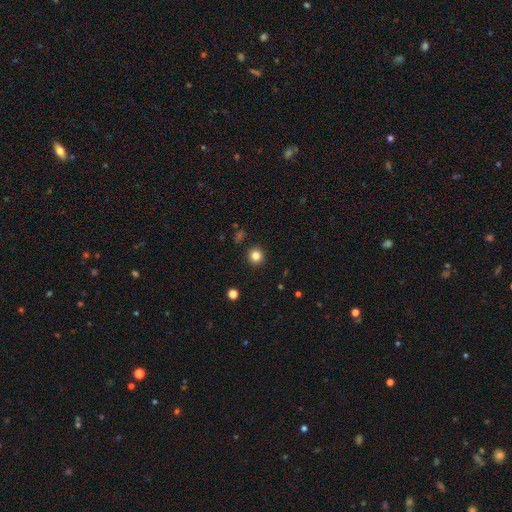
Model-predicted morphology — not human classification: smooth-or-featured: smooth: 82% | star or artifact: 12% | featured or disk: 5%
  how-rounded: round: 95% | in between: 4% | cigar-shaped: 1%
  merging: none: 93% | minor disturbance: 5% | major disturbance: 2% | merger: 1%